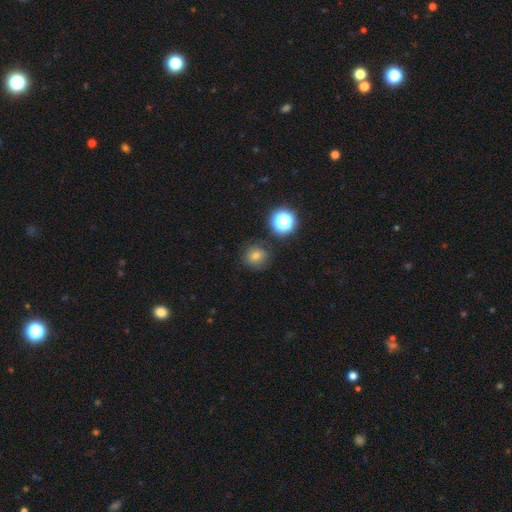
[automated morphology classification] Overall: smooth (70%). How rounded: round (90%). Merging: none (82%).